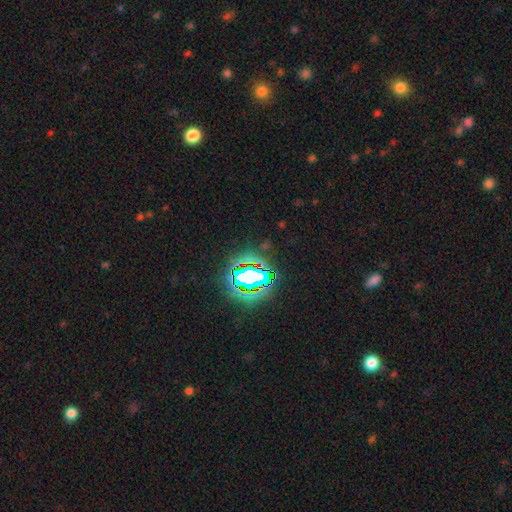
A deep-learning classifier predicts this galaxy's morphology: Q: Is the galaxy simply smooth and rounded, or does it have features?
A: star or artifact — 83%.